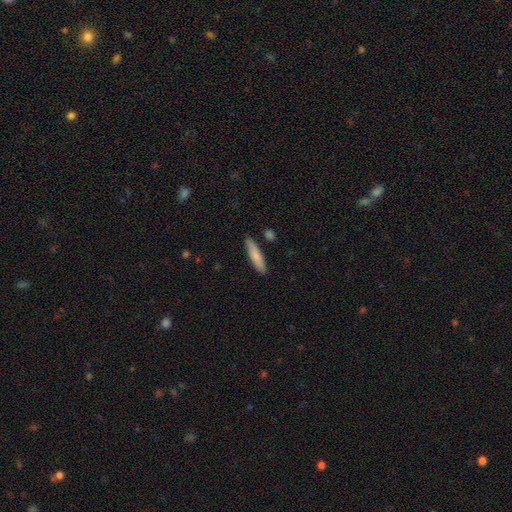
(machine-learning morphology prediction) Smooth or featured: smooth — 79% (featured or disk — 16%)
How rounded: cigar-shaped — 81% (in between — 18%)
Merging: none — 86% (minor disturbance — 10%)